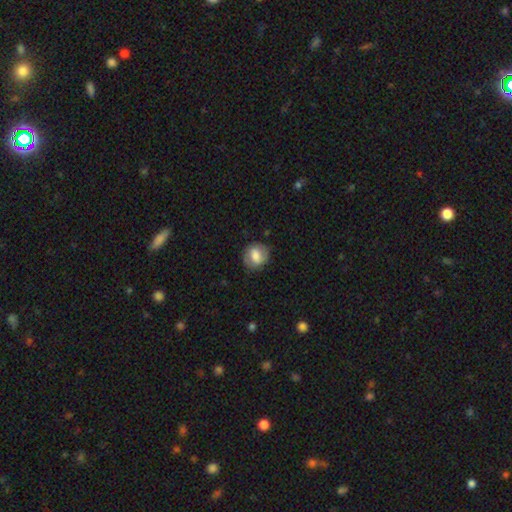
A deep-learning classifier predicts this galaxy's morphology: A smooth galaxy with no disk features (65%) that is round (64%).

Vote fractions:
- Smooth or featured? smooth: 65% / featured or disk: 27% / star or artifact: 8%
- How rounded? round: 64% / in between: 35% / cigar-shaped: 1%
- Merging? none: 73% / minor disturbance: 19% / major disturbance: 7% / merger: 1%